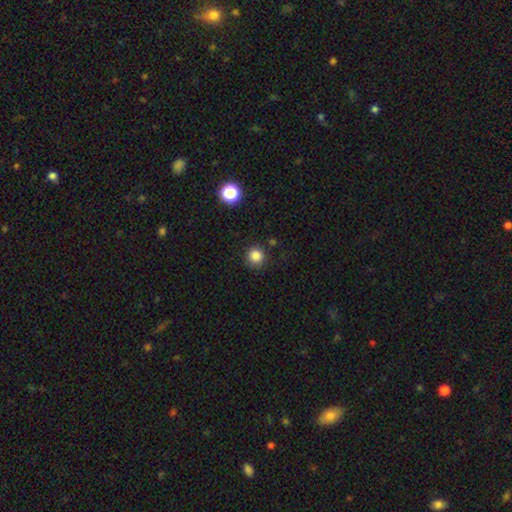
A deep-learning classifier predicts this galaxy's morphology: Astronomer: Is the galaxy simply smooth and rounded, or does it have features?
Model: smooth — 84%.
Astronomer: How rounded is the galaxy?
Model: round — 94%.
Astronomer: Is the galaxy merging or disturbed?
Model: none — 87%.